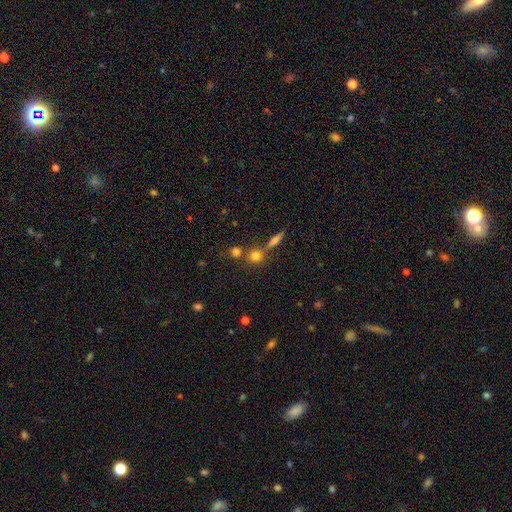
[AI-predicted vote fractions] A smooth galaxy with no disk features (76%) that is round (87%). Merging: none (66%).